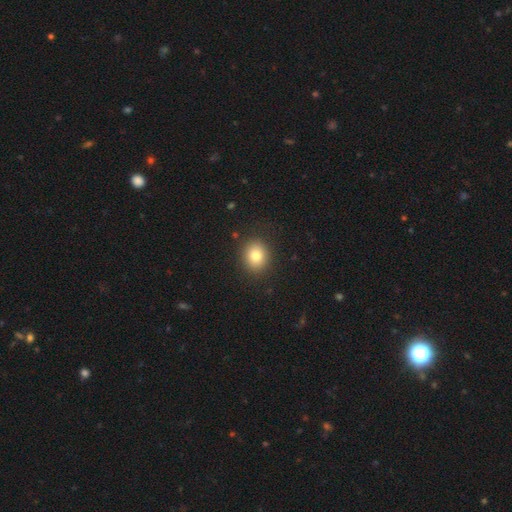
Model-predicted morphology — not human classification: Smooth or featured?
  - smooth: 80% *
  - star or artifact: 11%
  - featured or disk: 9%
How rounded?
  - round: 74% *
  - in between: 25%
  - cigar-shaped: 1%
Merging?
  - none: 89% *
  - minor disturbance: 7%
  - major disturbance: 2%
  - merger: 1%